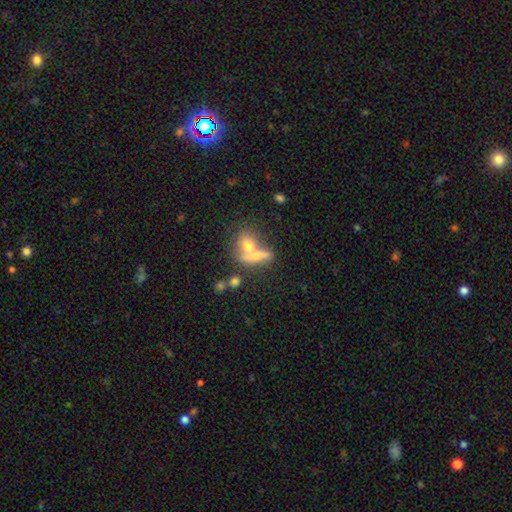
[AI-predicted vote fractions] Overall: smooth (61%; featured or disk 28%). How rounded: in between (48%; round 26%). Merging: merger (50%; none 34%).